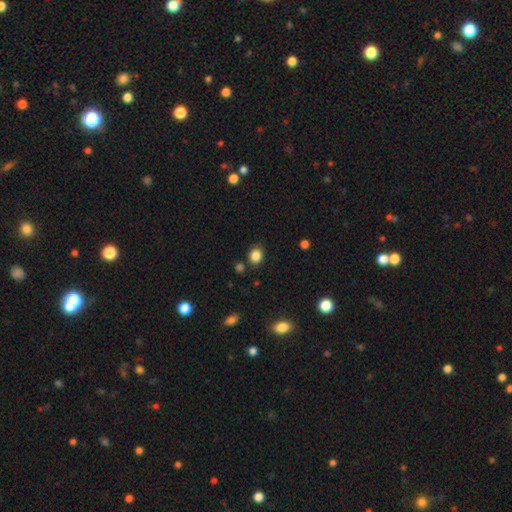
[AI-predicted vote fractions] A smooth galaxy with no disk features (85%) that is round (73%).

Vote fractions:
- Smooth or featured? smooth: 85% / star or artifact: 11% / featured or disk: 4%
- How rounded? round: 73% / in between: 26% / cigar-shaped: 1%
- Merging? none: 83% / minor disturbance: 10% / merger: 4% / major disturbance: 3%